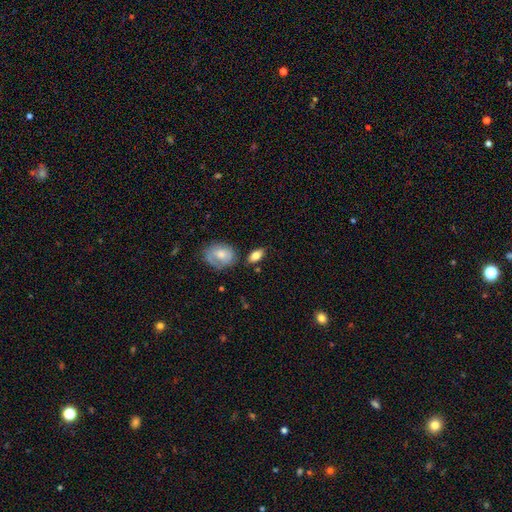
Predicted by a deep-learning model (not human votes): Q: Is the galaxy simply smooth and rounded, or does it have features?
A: smooth — 80%.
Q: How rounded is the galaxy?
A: in between — 86%.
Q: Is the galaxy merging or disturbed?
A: none — 75%.